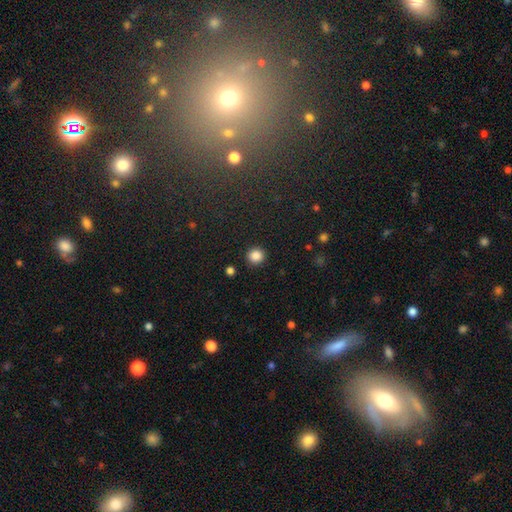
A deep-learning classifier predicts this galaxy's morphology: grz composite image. It shows a smooth galaxy with no disk features (86%) that is round (92%). Merging: none (91%).